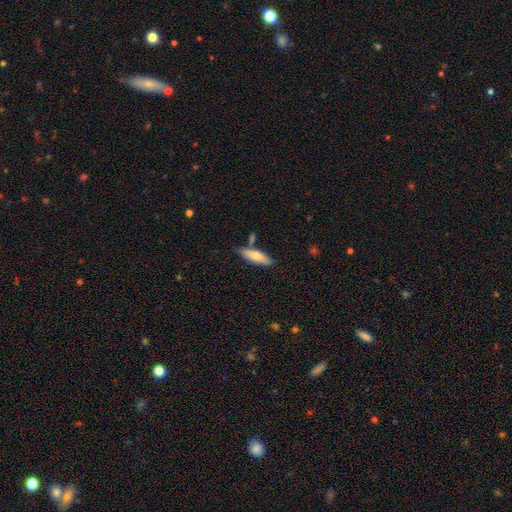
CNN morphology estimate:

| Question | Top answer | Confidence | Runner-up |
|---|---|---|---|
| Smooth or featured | smooth | 71% | featured or disk (23%) |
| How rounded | cigar-shaped | 50% | in between (48%) |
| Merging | none | 73% | minor disturbance (15%) |